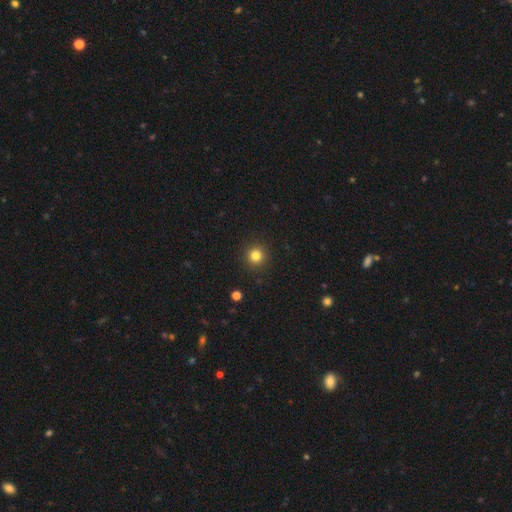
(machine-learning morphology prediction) This appears to be a smooth galaxy with no disk features (82%) that is round (94%). Merging: none (92%).